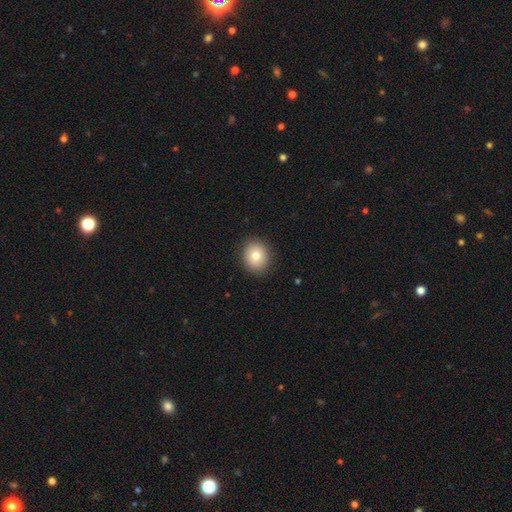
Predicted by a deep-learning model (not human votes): Overall: smooth (80%). How rounded: round (71%). Merging: none (89%).